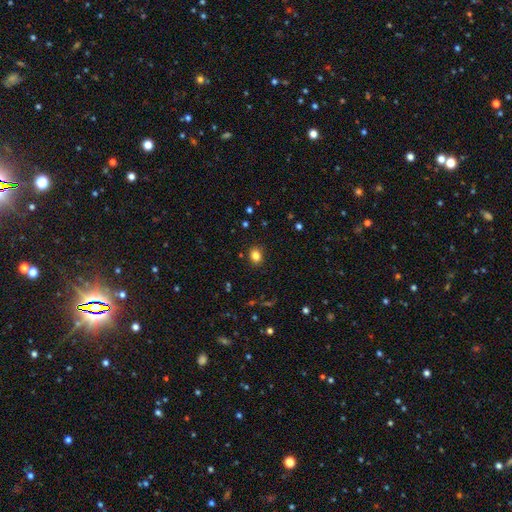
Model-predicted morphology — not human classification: A smooth galaxy with no disk features (84%) that is round (52%).

Vote fractions:
- Smooth or featured? smooth: 84% / star or artifact: 11% / featured or disk: 5%
- How rounded? round: 52% / in between: 47% / cigar-shaped: 1%
- Merging? none: 89% / minor disturbance: 8% / major disturbance: 2% / merger: 1%